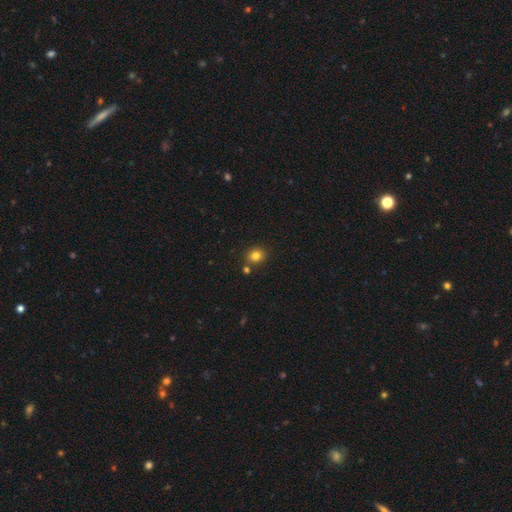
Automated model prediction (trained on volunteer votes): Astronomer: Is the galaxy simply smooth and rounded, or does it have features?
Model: smooth — 81%.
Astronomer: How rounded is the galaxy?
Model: round — 72%.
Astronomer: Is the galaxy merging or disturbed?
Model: none — 80%.